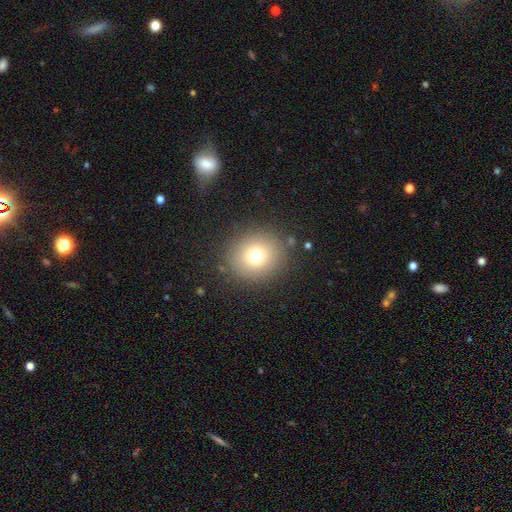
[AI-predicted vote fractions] smooth_or_featured: smooth (p=0.73) [alt: star or artifact p=0.15]
how_rounded: round (p=0.88) [alt: in between p=0.11]
merging: none (p=0.86) [alt: minor disturbance p=0.08]